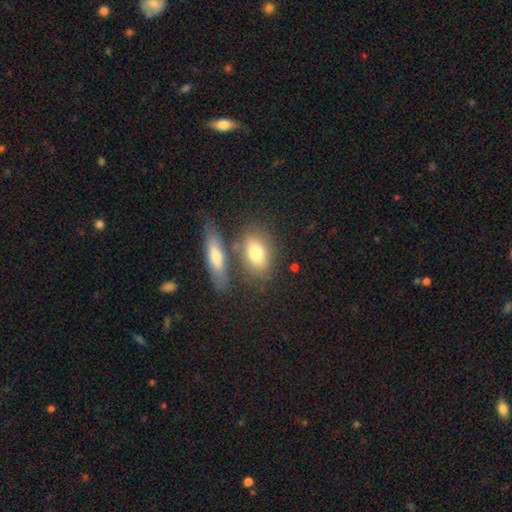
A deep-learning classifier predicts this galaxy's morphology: type=smooth (73%); roundness=in between (78%); merging=none (57%).